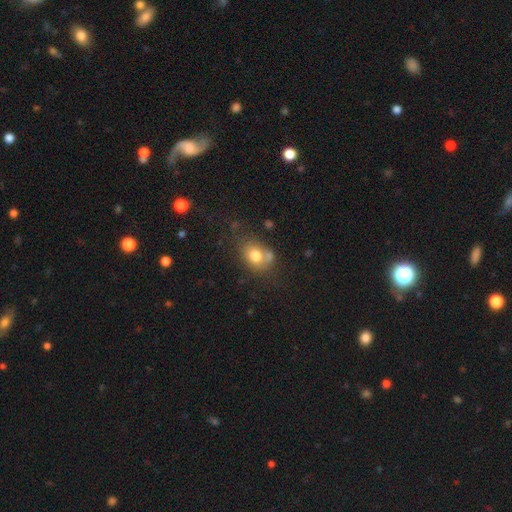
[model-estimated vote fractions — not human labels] Overall: smooth (75%). How rounded: in between (62%; round 36%). Merging: none (50%; merger 23%).